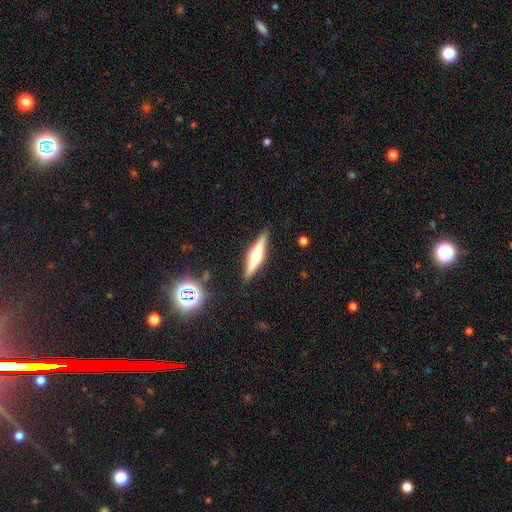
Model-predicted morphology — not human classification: Smooth or featured: featured or disk — 67% (smooth — 26%)
Edge-on disk: yes — 97% (no — 3%)
Edge-on bulge: rounded — 90% (boxy — 7%)
Merging: none — 89% (minor disturbance — 8%)